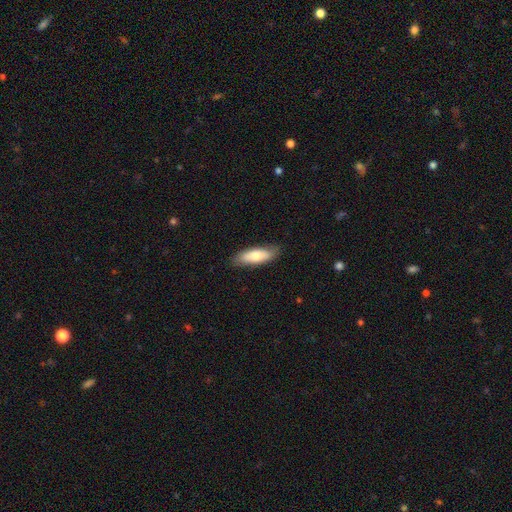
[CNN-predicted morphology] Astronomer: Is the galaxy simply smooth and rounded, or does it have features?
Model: smooth — 73%.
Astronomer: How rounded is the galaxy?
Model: in between — 61% (runner-up: cigar-shaped, 37%).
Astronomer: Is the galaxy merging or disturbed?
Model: none — 81%.